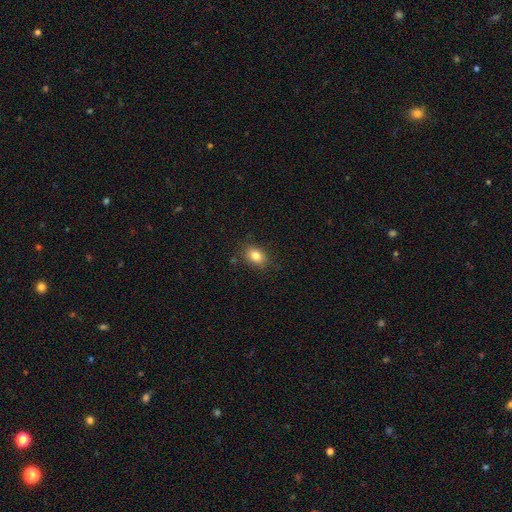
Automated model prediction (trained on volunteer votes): Smooth or featured? smooth (83%)
How rounded? in between (71%)
Merging? none (84%)